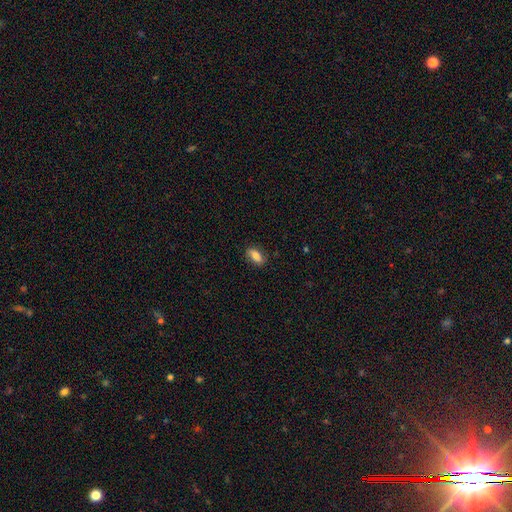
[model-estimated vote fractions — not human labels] smooth 76%, featured or disk 16%, star or artifact 8%. Down the decision tree: how rounded — in between (85%); merging — none (81%).